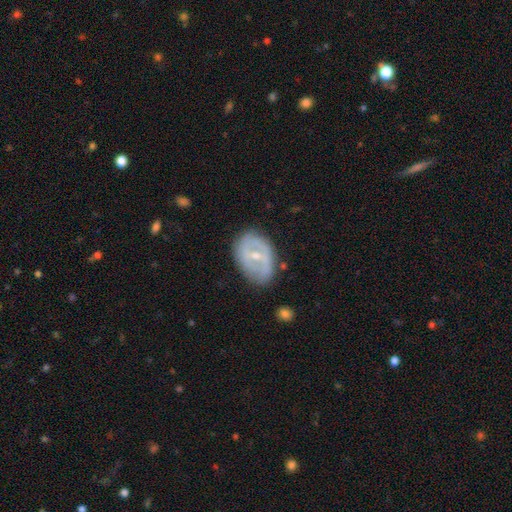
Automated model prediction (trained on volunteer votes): A featured or disk galaxy (70%) with a weak bar (44%), spiral arms (56%) and a small central bulge (57%).

Vote fractions:
- Smooth or featured? featured or disk: 70% / smooth: 24% / star or artifact: 6%
- Edge-on disk? no: 95% / yes: 5%
- Bar? weak: 44% / no: 29% / strong: 27%
- Spiral arms? yes: 56% / no: 44%
- Bulge size? small: 57% / moderate: 40% / none: 1% / large: 1% / dominant: 1%
- Merging? none: 66% / minor disturbance: 24% / major disturbance: 8% / merger: 2%